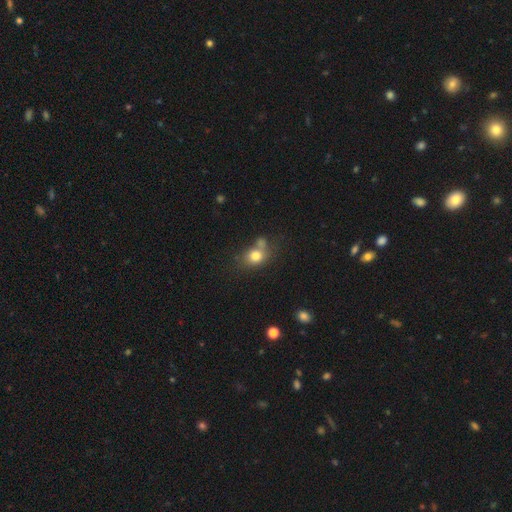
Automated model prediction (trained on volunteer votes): The model was most divided on "how rounded": round: 55%, in between: 44%, cigar-shaped: 1%. Remaining: smooth or featured — smooth (78%); merging — none (46%).